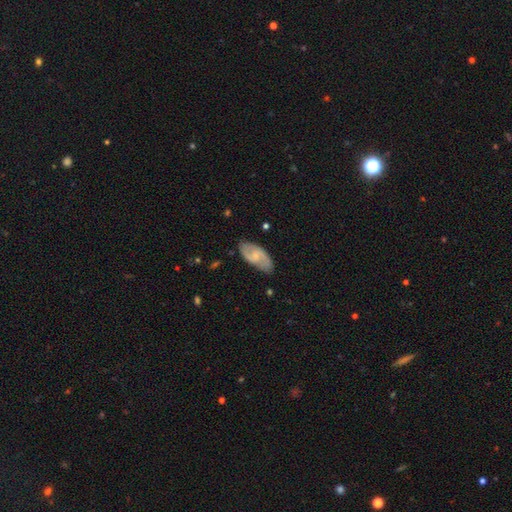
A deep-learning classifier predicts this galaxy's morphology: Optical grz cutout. It shows a featured or disk galaxy (67%) with no bar (46%), 2 (86%) medium (47%) spiral arms (89%) and a small central bulge (64%). Merging: none (79%).